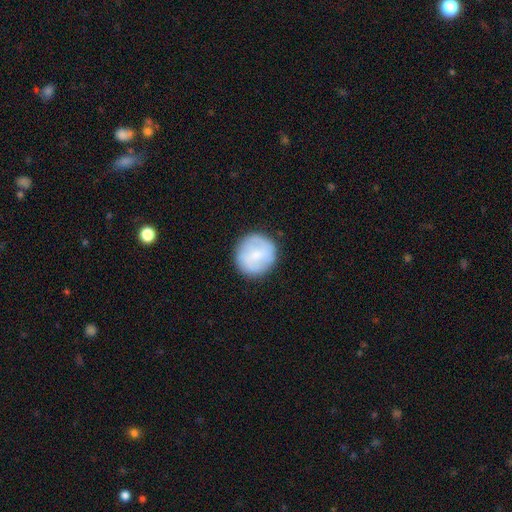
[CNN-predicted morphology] This is likely a smooth galaxy (68%). How rounded: clearly round (93%). Merging: clearly none (86%).